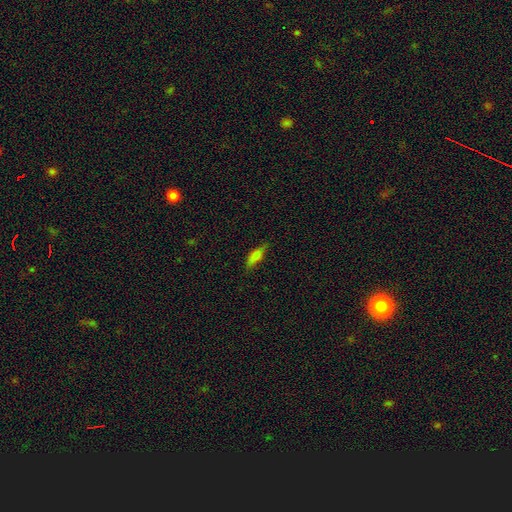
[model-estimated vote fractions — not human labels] A smooth galaxy with no disk features (70%) that is in between round and cigar-shaped (57%).

Vote fractions:
- Smooth or featured? smooth: 70% / featured or disk: 20% / star or artifact: 9%
- How rounded? in between: 57% / cigar-shaped: 41% / round: 3%
- Merging? none: 75% / minor disturbance: 20% / major disturbance: 4% / merger: 1%